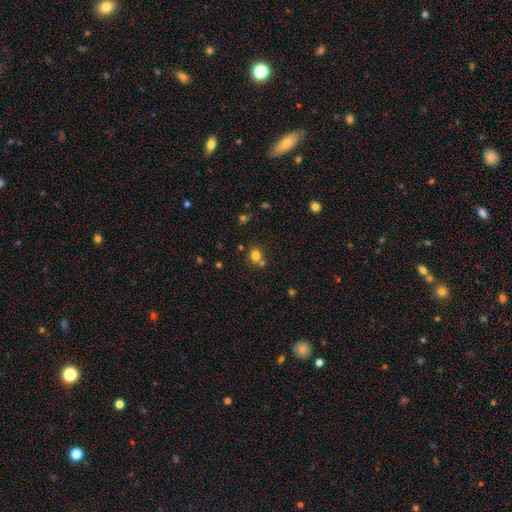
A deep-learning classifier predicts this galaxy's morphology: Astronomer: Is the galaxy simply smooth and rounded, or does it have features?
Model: smooth — 77%.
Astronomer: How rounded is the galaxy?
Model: round — 76%.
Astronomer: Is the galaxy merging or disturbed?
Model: none — 59%.